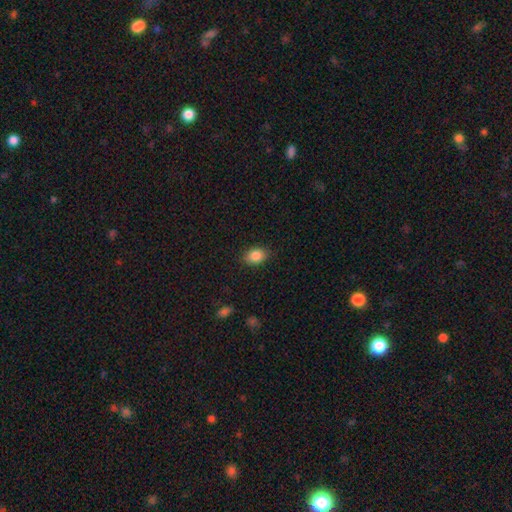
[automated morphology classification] This is clearly a smooth galaxy (86%). How rounded: likely in between (74%). Merging: clearly none (84%).